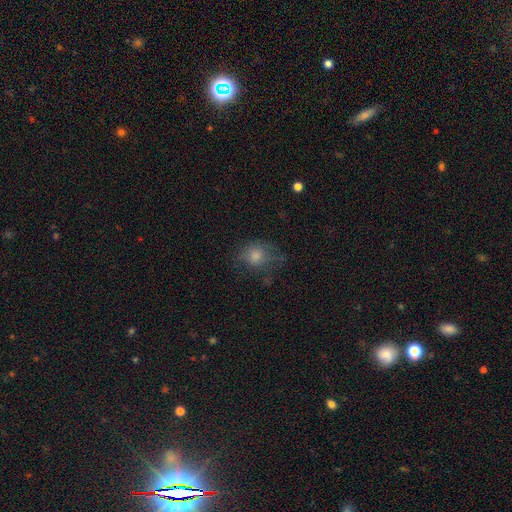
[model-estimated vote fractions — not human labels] Smooth or featured? smooth (72%)
How rounded? round (64%)
Merging? none (55%)